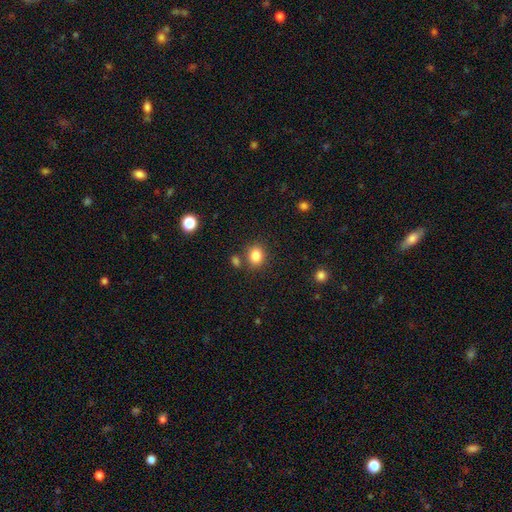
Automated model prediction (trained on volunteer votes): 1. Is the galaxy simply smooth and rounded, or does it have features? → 84% smooth, 10% star or artifact, 5% featured or disk.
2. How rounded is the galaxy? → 61% round, 38% in between, 1% cigar-shaped.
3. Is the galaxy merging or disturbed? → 76% none, 11% minor disturbance, 10% merger, 3% major disturbance.